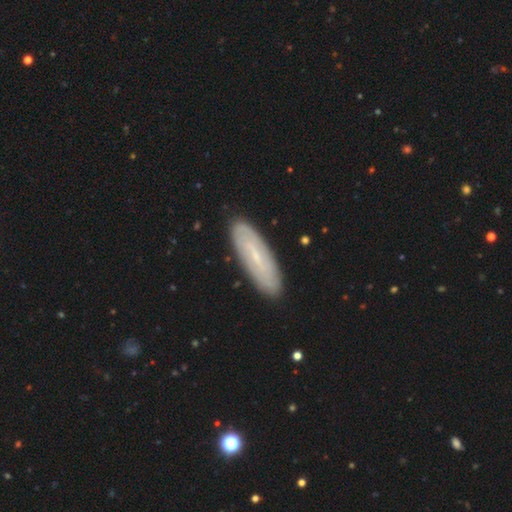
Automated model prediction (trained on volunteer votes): smooth-or-featured: featured or disk: 49% | smooth: 43% | star or artifact: 8%
  merging: none: 87% | minor disturbance: 9% | major disturbance: 2% | merger: 1%